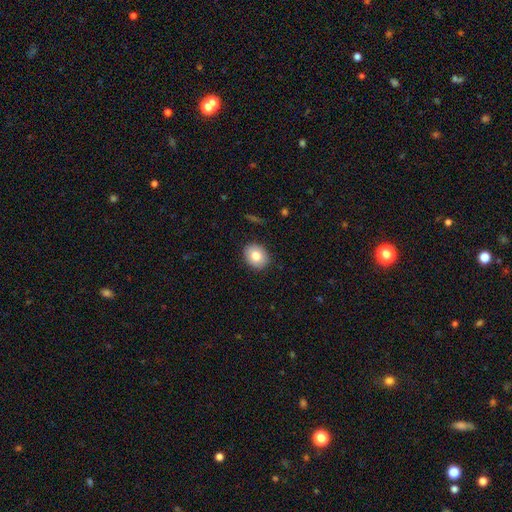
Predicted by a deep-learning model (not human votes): This appears to be a smooth galaxy with no disk features (80%) that is round (57%). Merging: none (89%).